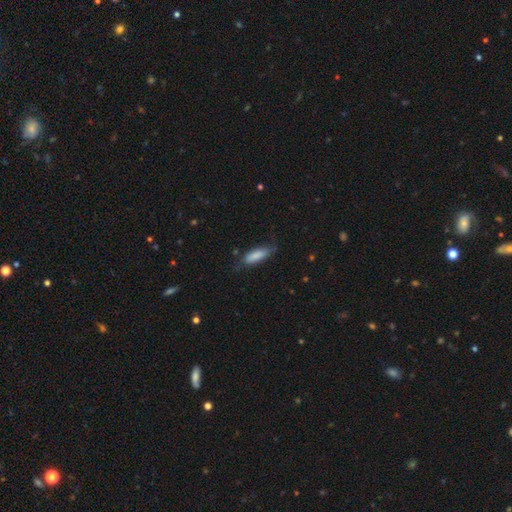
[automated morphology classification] This is likely a smooth galaxy (79%). How rounded: possibly in between (56%). Merging: likely none (60%).